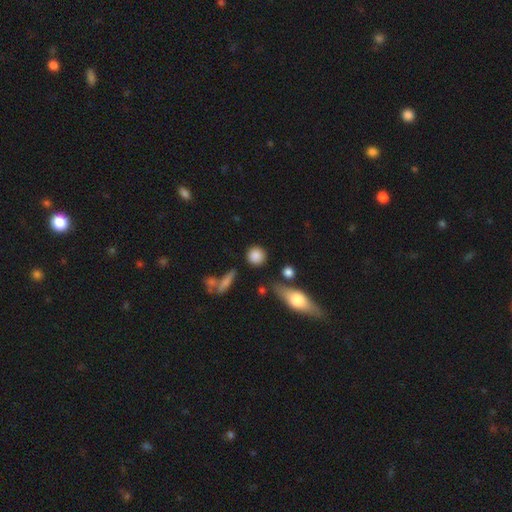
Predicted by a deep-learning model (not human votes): smooth-or-featured: smooth: 84% | star or artifact: 8% | featured or disk: 8%
  how-rounded: round: 88% | in between: 10% | cigar-shaped: 3%
  merging: none: 80% | minor disturbance: 11% | merger: 6% | major disturbance: 4%